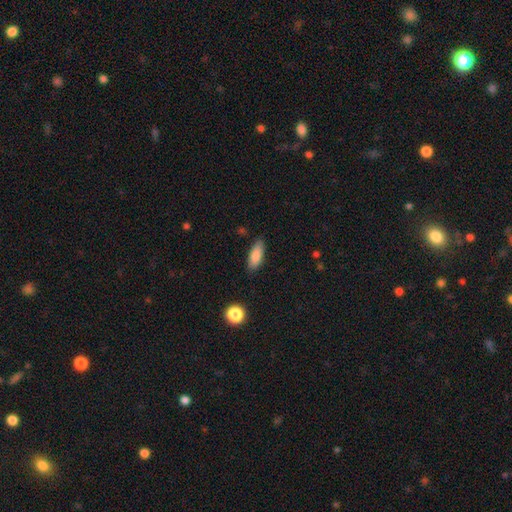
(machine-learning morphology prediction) A smooth galaxy with no disk features (85%) that is in between round and cigar-shaped (72%). Merging: none (84%).